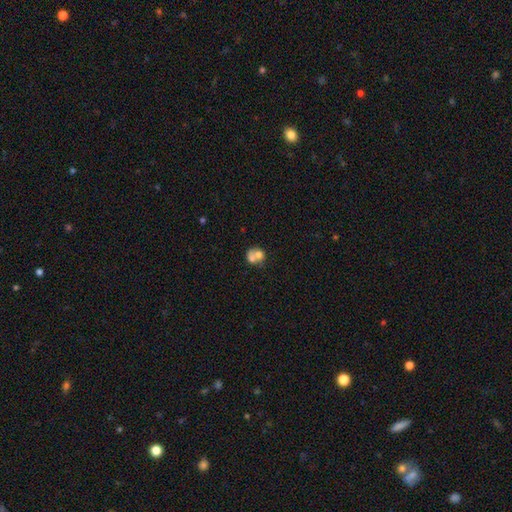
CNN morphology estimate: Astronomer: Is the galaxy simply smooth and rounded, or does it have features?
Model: smooth — 62%.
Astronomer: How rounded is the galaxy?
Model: round — 63%.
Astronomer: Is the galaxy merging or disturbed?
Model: merger — 64%.